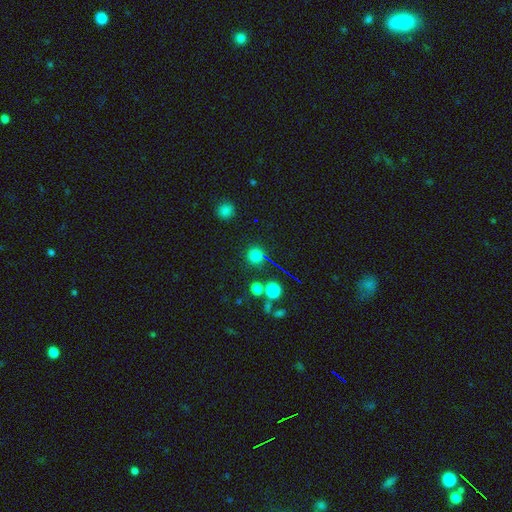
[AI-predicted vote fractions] smooth_or_featured: smooth (p=0.72) [alt: star or artifact p=0.22]
how_rounded: round (p=0.92) [alt: in between p=0.07]
merging: none (p=0.80) [alt: minor disturbance p=0.09]